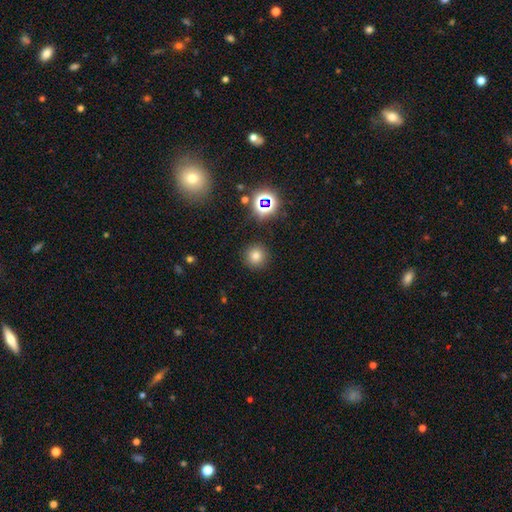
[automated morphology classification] A smooth galaxy with no disk features (74%) that is round (94%). Merging: none (90%).